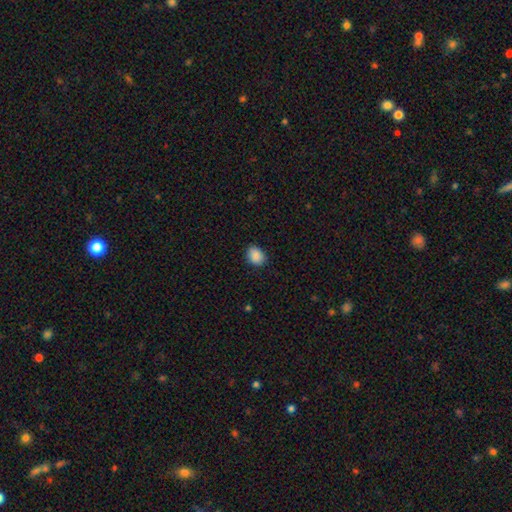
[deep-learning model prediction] smooth-or-featured: smooth: 89% | star or artifact: 8% | featured or disk: 3%
  how-rounded: in between: 56% | round: 43% | cigar-shaped: 1%
  merging: none: 84% | minor disturbance: 13% | major disturbance: 3% | merger: 1%